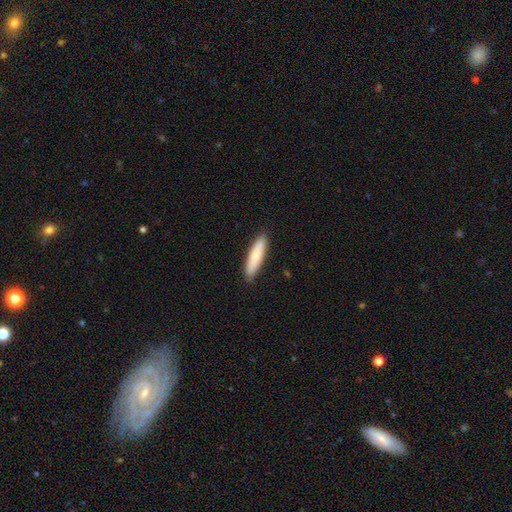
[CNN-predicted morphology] Smooth or featured? smooth (75%)
How rounded? cigar-shaped (73%)
Merging? none (88%)